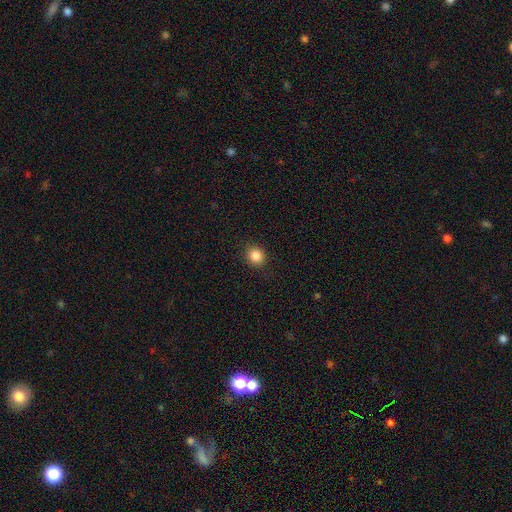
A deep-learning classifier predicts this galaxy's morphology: smooth-or-featured: smooth: 86% | star or artifact: 10% | featured or disk: 4%
  how-rounded: round: 81% | in between: 18% | cigar-shaped: 1%
  merging: none: 91% | minor disturbance: 6% | major disturbance: 2% | merger: 1%